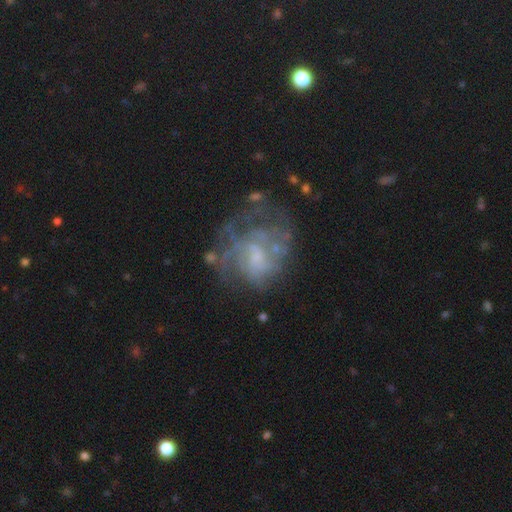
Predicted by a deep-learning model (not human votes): Smooth or featured? Predicted: featured or disk (p=0.72). Edge-on disk? Predicted: no (p=0.98). Bar? Predicted: no (p=0.64). Spiral arms? Predicted: yes (p=0.65). Bulge size? Predicted: small (p=0.36). Merging? Predicted: none (p=0.47).